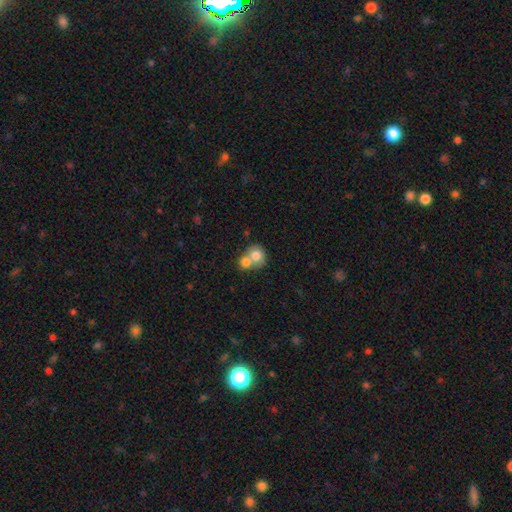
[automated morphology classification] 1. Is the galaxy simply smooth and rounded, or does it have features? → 75% smooth, 17% featured or disk, 8% star or artifact.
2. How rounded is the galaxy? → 77% round, 22% in between, 1% cigar-shaped.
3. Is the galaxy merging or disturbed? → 65% merger, 27% none, 6% minor disturbance, 2% major disturbance.